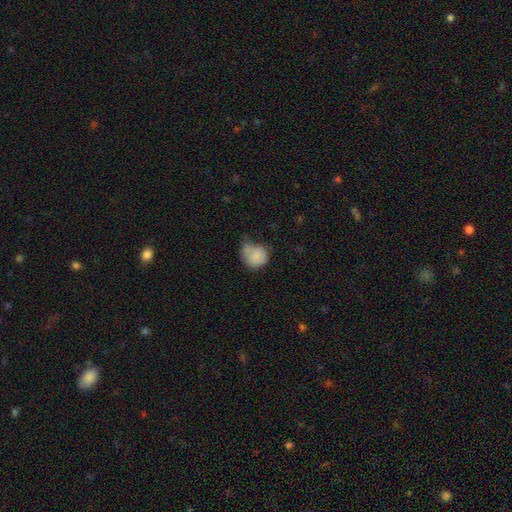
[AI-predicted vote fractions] Overall: smooth (81%). How rounded: round (74%). Merging: minor disturbance (36%, tied with none).